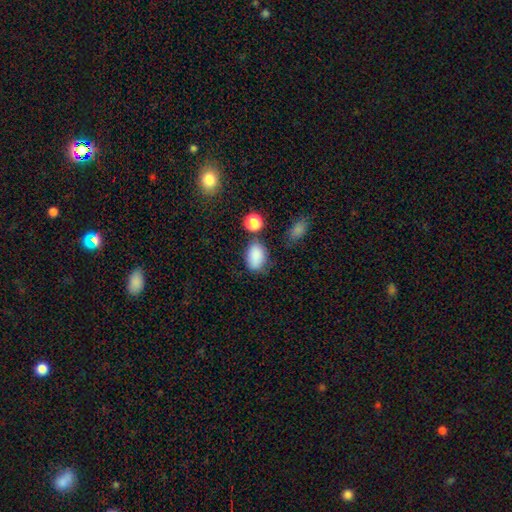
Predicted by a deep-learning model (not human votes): smooth 86%, star or artifact 9%, featured or disk 5%. Down the decision tree: how rounded — in between (87%); merging — none (63%).